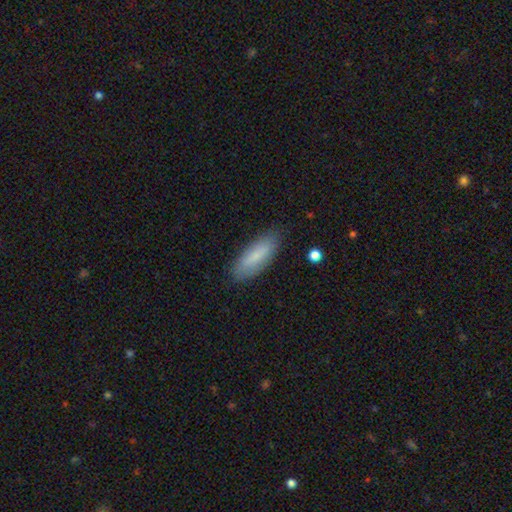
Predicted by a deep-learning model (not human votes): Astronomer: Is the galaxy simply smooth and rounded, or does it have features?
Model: smooth — 78%.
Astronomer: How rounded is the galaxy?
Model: in between — 55% (runner-up: cigar-shaped, 44%).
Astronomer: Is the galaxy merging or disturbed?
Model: none — 84%.